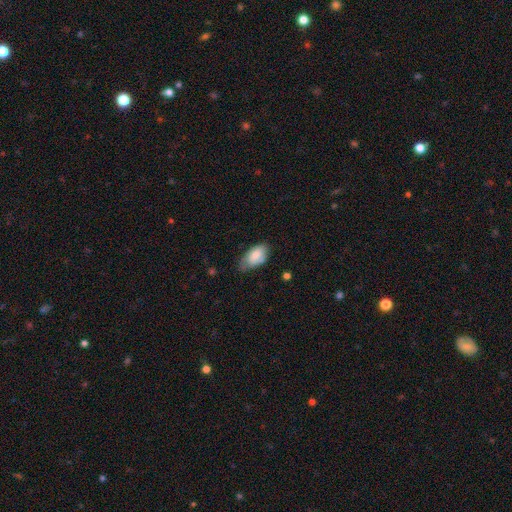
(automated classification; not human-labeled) Smooth or featured? smooth (78%)
How rounded? in between (94%)
Merging? none (50%)